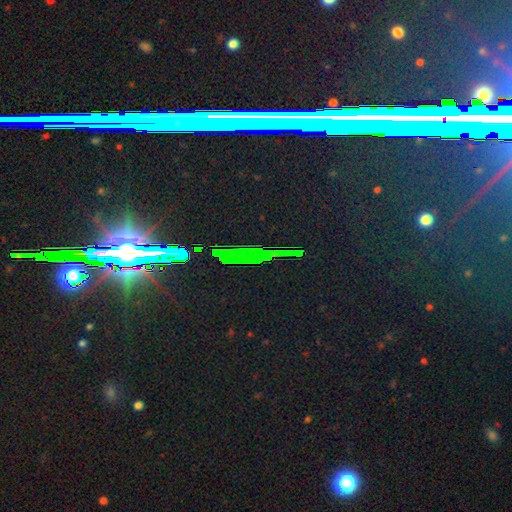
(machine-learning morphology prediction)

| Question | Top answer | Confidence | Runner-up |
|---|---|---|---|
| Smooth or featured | star or artifact | 83% | featured or disk (9%) |